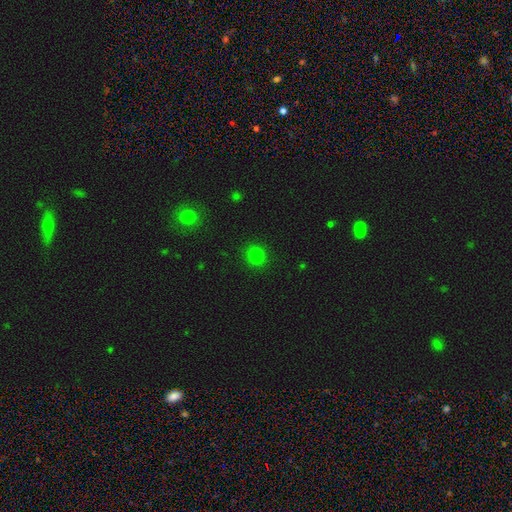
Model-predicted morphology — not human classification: This is clearly a smooth galaxy (81%). How rounded: clearly round (86%). Merging: clearly none (91%).